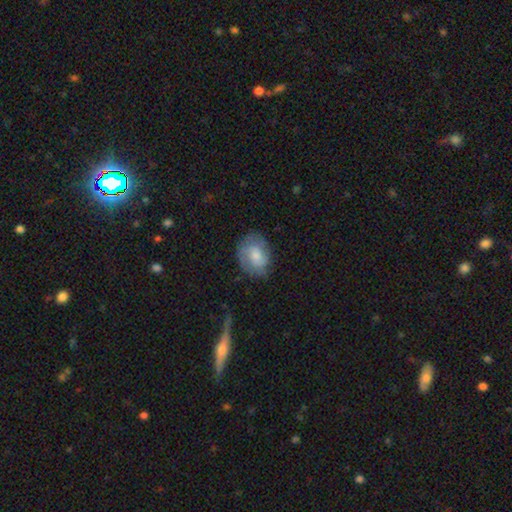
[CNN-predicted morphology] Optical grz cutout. It shows a smooth galaxy with no disk features (51%) that is in between round and cigar-shaped (52%). Merging: none (69%).